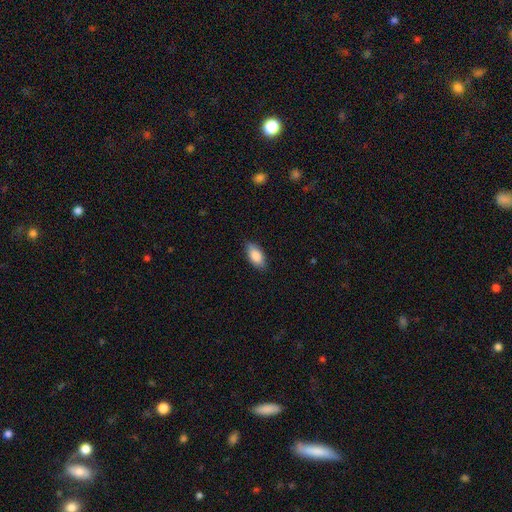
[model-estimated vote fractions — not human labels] A smooth galaxy with no disk features (84%) that is in between round and cigar-shaped (88%).

Vote fractions:
- Smooth or featured? smooth: 84% / featured or disk: 10% / star or artifact: 6%
- How rounded? in between: 88% / cigar-shaped: 9% / round: 3%
- Merging? none: 86% / minor disturbance: 11% / major disturbance: 2% / merger: 1%